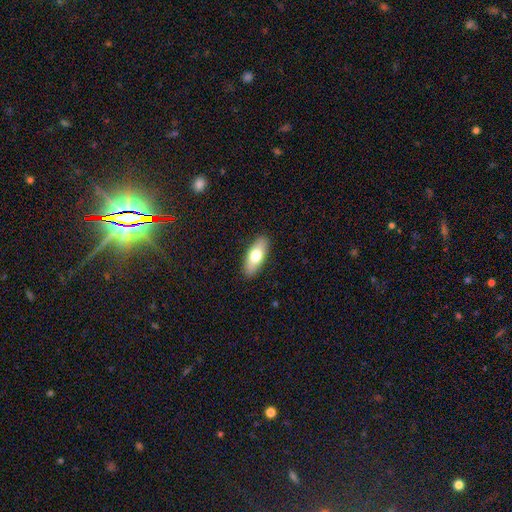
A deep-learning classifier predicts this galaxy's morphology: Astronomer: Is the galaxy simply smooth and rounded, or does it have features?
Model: smooth — 72%.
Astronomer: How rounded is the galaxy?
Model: in between — 79%.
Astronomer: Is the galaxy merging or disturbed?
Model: none — 90%.